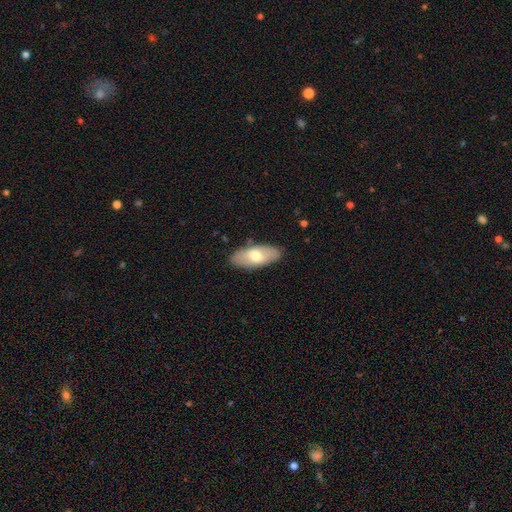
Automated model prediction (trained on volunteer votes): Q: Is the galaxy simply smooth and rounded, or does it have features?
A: smooth — 66%.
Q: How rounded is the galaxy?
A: in between — 87%.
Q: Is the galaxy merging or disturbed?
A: none — 86%.